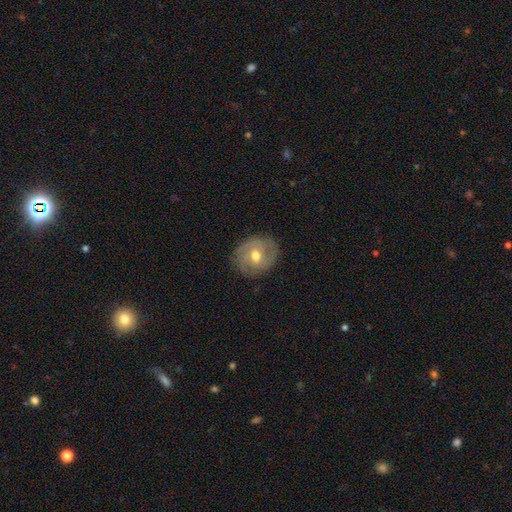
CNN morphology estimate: A featured or disk galaxy (64%) with no bar (63%), spiral arms (80%) and a moderate central bulge (79%).

Vote fractions:
- Smooth or featured? featured or disk: 64% / smooth: 29% / star or artifact: 7%
- Edge-on disk? no: 96% / yes: 4%
- Bar? no: 63% / weak: 31% / strong: 6%
- Spiral arms? yes: 80% / no: 20%
- Bulge size? moderate: 79% / small: 13% / large: 6% / none: 1% / dominant: 1%
- Merging? none: 79% / minor disturbance: 15% / major disturbance: 5% / merger: 1%